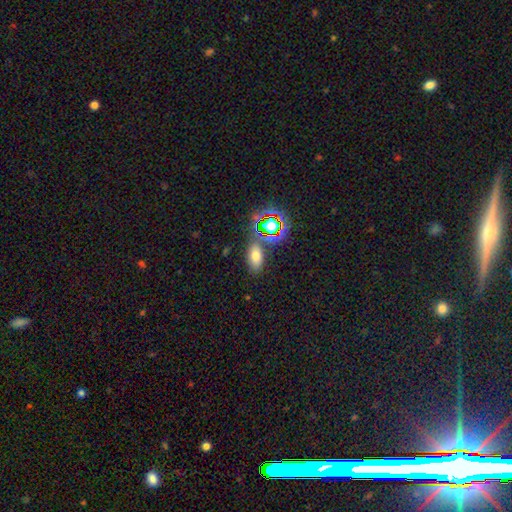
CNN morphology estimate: type=smooth (66%); roundness=in between (84%); merging=none (77%).